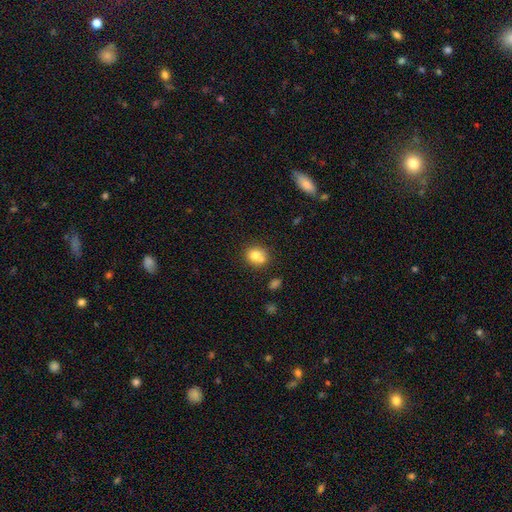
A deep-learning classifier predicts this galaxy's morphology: smooth 74%, featured or disk 16%, star or artifact 11%. Down the decision tree: how rounded — round (72%); merging — none (48%).